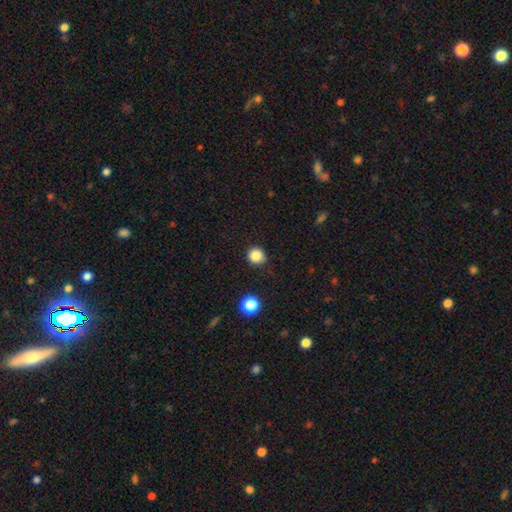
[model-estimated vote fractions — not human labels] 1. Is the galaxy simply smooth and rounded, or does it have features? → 85% smooth, 11% star or artifact, 4% featured or disk.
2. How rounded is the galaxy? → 92% round, 7% in between, 1% cigar-shaped.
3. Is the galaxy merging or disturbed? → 88% none, 8% minor disturbance, 2% major disturbance, 2% merger.